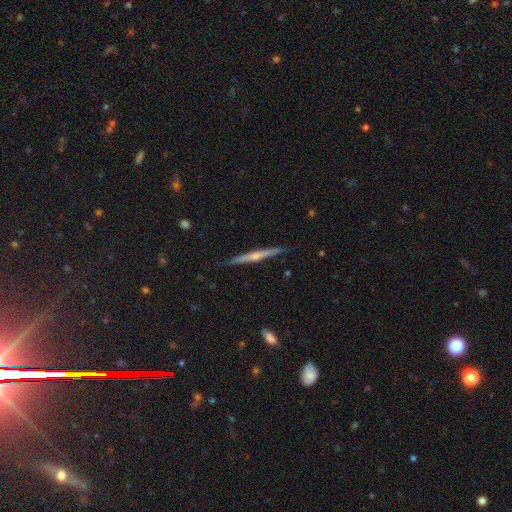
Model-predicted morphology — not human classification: Smooth or featured?
  - featured or disk: 69% *
  - smooth: 20%
  - star or artifact: 11%
Edge-on disk?
  - yes: 97% *
  - no: 3%
Edge-on bulge?
  - rounded: 74% *
  - none: 18%
  - boxy: 8%
Merging?
  - none: 89% *
  - minor disturbance: 8%
  - major disturbance: 2%
  - merger: 1%